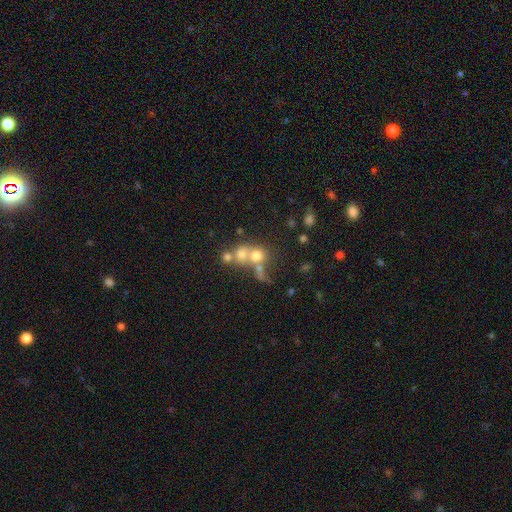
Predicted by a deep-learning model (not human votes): A smooth galaxy with no disk features (63%) that is round (79%). Merging: merger (53%).